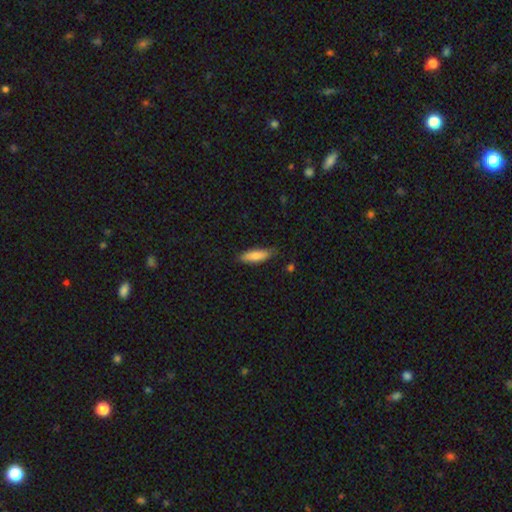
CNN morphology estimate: The model was most divided on "how rounded": cigar-shaped: 54%, in between: 44%, round: 2%. More confident: smooth or featured — smooth (80%); merging — none (80%).